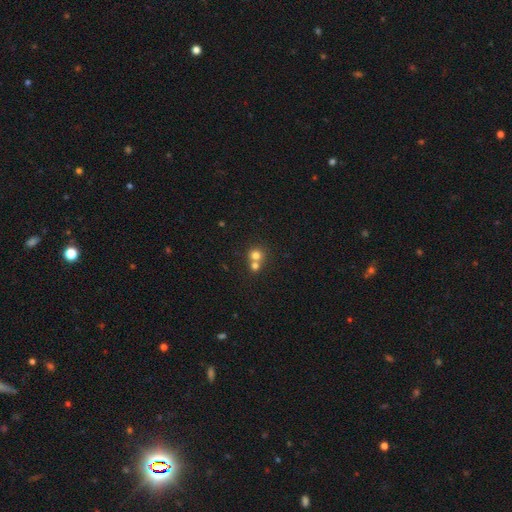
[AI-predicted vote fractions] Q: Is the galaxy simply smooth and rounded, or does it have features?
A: smooth — 75%.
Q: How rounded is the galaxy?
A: round — 87%.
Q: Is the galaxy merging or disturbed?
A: merger — 53%.